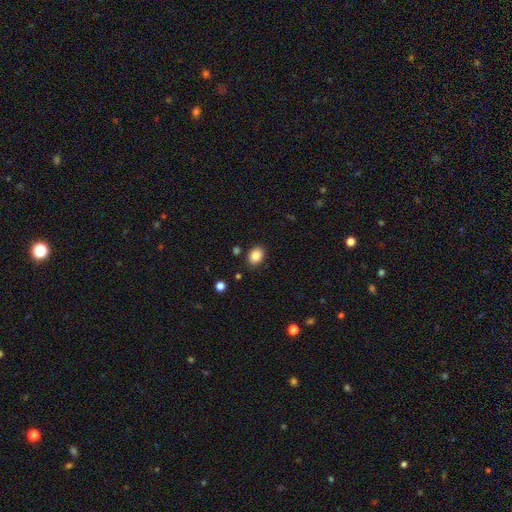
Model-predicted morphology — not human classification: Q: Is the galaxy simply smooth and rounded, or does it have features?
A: smooth — 87%.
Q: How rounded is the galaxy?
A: in between — 64%.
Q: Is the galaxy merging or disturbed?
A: none — 86%.